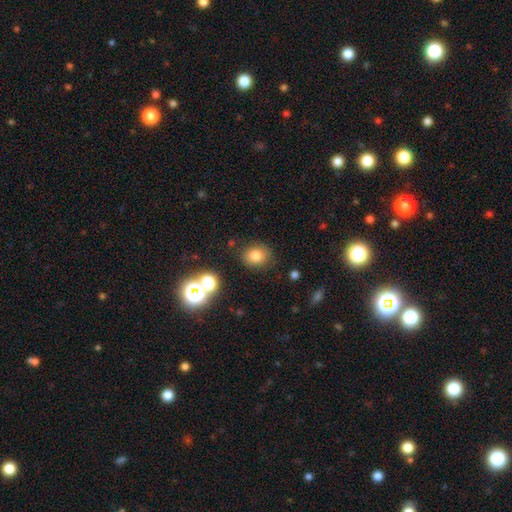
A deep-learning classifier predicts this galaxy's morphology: A smooth galaxy with no disk features (78%) that is round (63%).

Vote fractions:
- Smooth or featured? smooth: 78% / star or artifact: 15% / featured or disk: 7%
- How rounded? round: 63% / in between: 36% / cigar-shaped: 1%
- Merging? none: 82% / minor disturbance: 11% / merger: 4% / major disturbance: 4%